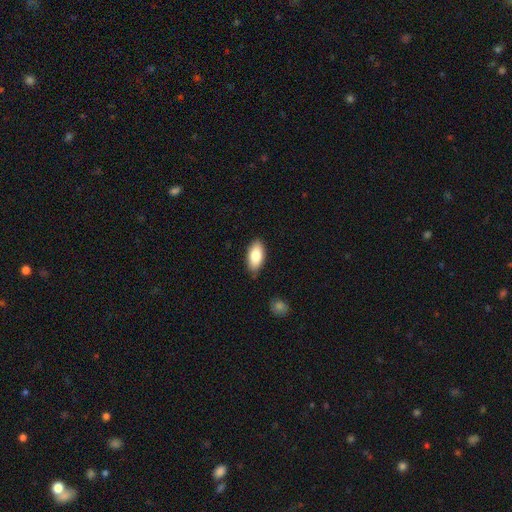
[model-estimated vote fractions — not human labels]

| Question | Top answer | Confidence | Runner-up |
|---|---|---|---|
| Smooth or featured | smooth | 82% | featured or disk (11%) |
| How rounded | in between | 92% | cigar-shaped (5%) |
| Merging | none | 84% | minor disturbance (12%) |